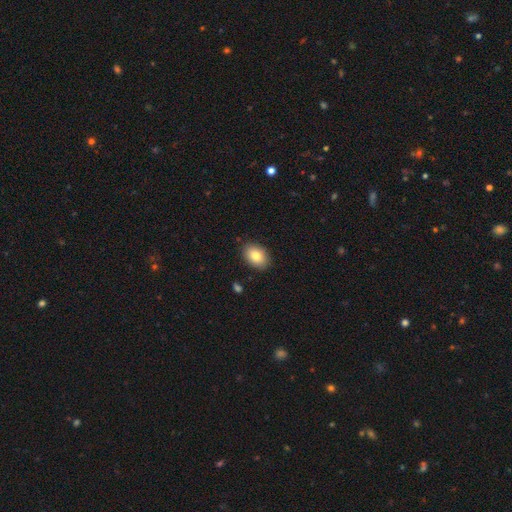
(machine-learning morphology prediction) This is clearly a smooth galaxy (84%). How rounded: clearly in between (84%). Merging: clearly none (88%).